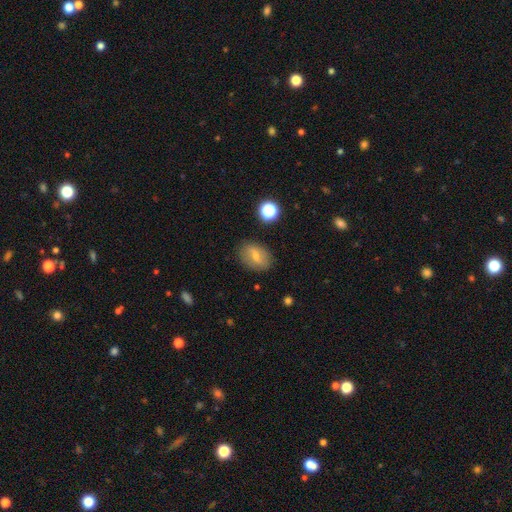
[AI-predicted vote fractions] Morphology: type=smooth (60%); roundness=in between (74%); merging=none (80%).